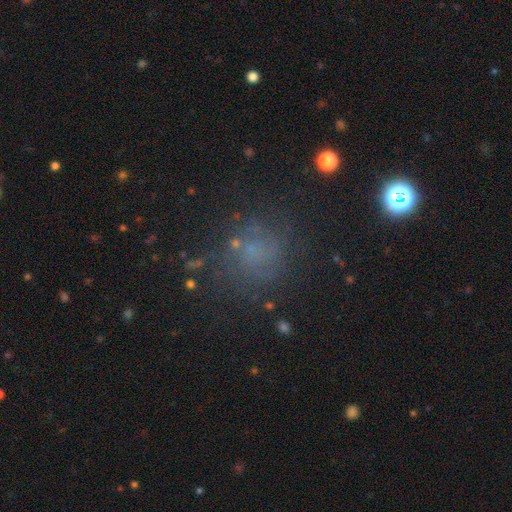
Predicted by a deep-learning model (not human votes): Q: Smooth or featured?
A: smooth (53%); runner-up: star or artifact (31%)
Q: How rounded?
A: round (82%); runner-up: in between (17%)
Q: Merging?
A: none (74%); runner-up: minor disturbance (14%)